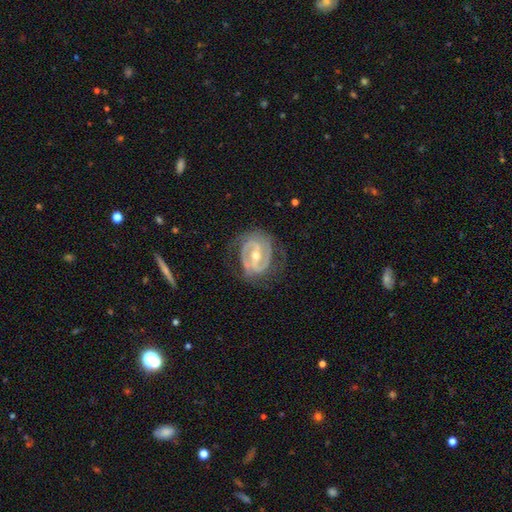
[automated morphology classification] This appears to be a featured or disk galaxy (89%) with a strong bar (46%), 2 (74%) tight (62%) spiral arms (95%) and a moderate central bulge (57%). Merging: none (74%).